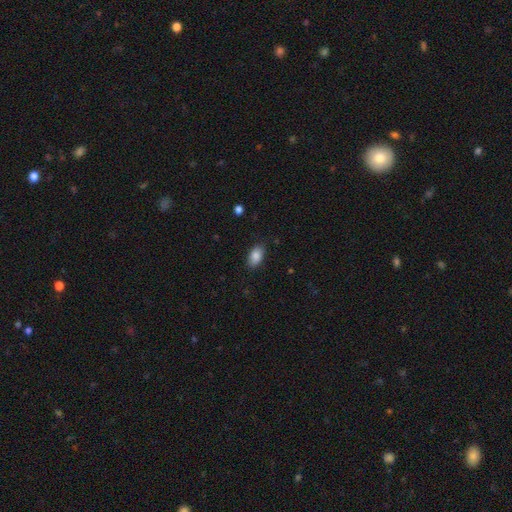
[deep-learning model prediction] smooth 87%, star or artifact 7%, featured or disk 6%. Down the decision tree: how rounded — in between (93%); merging — none (85%).